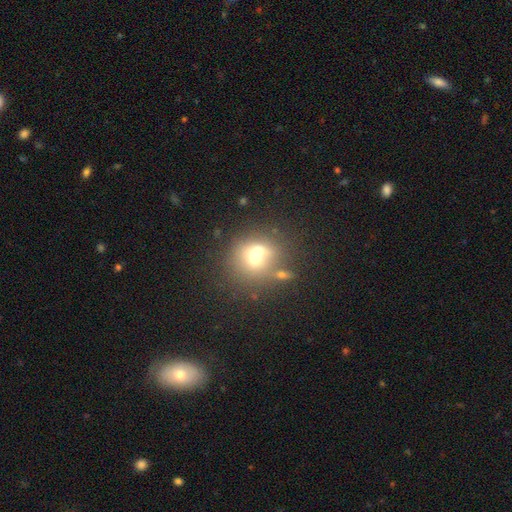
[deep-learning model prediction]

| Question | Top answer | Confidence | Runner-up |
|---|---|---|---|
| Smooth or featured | smooth | 62% | featured or disk (24%) |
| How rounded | round | 82% | in between (17%) |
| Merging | merger | 53% | none (33%) |